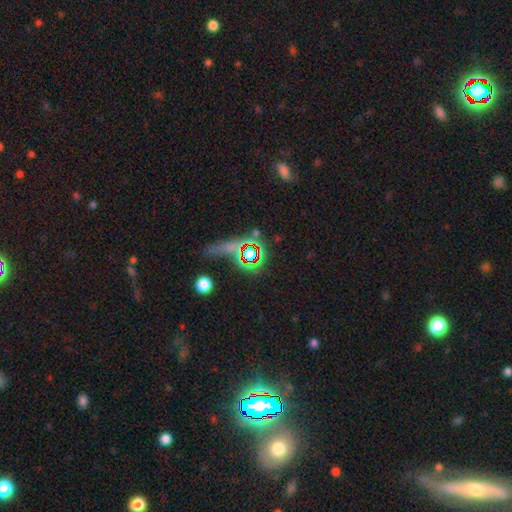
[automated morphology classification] Overall: star or artifact (66%).